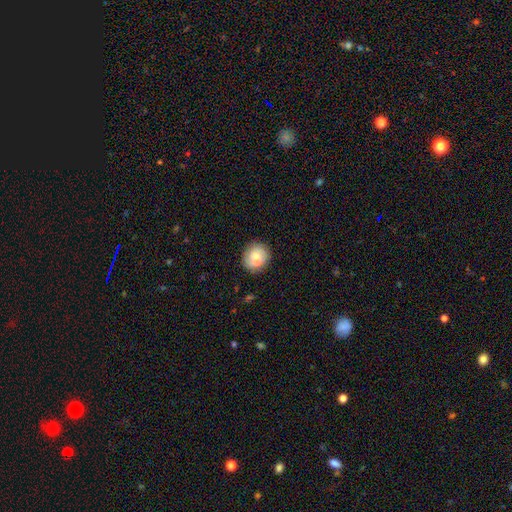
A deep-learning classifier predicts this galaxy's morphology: A smooth galaxy with no disk features (65%) that is round (80%). Merging: none (66%).